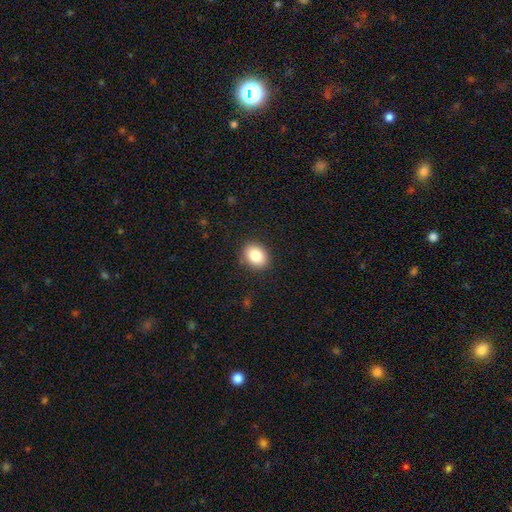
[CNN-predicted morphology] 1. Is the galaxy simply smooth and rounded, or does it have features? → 85% smooth, 8% star or artifact, 7% featured or disk.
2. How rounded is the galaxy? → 60% in between, 39% round, 1% cigar-shaped.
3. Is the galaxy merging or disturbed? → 88% none, 8% minor disturbance, 2% major disturbance, 1% merger.